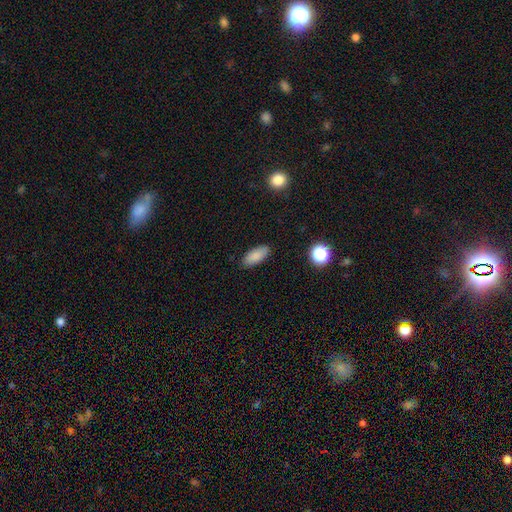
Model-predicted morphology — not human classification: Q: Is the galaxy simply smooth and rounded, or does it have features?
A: smooth — 87%.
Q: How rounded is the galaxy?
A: in between — 82%.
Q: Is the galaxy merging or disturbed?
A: none — 87%.